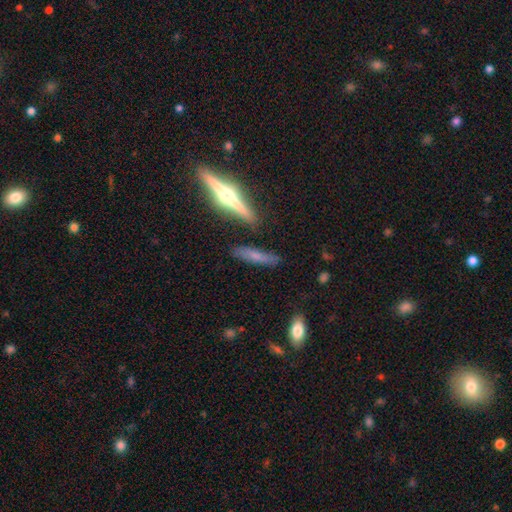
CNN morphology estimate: smooth 48%, featured or disk 43%, star or artifact 9%. Down the decision tree: merging — none (80%).